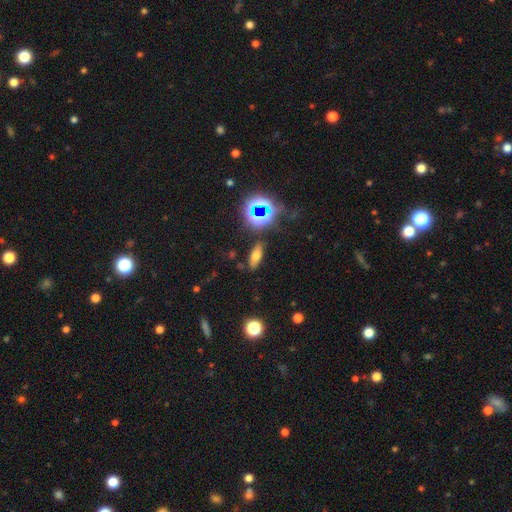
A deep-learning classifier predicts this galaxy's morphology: Smooth or featured?
  - smooth: 58% *
  - star or artifact: 24%
  - featured or disk: 18%
How rounded?
  - in between: 67% *
  - cigar-shaped: 25%
  - round: 8%
Merging?
  - none: 83% *
  - minor disturbance: 10%
  - major disturbance: 3%
  - merger: 3%